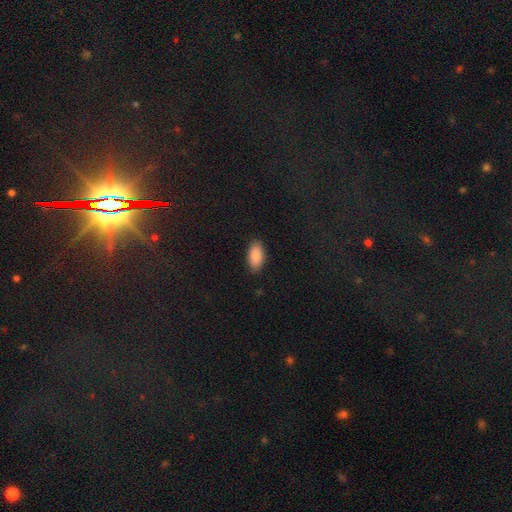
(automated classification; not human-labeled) smooth-or-featured: smooth: 90% | star or artifact: 6% | featured or disk: 4%
  how-rounded: in between: 92% | cigar-shaped: 6% | round: 2%
  merging: none: 88% | minor disturbance: 9% | major disturbance: 2% | merger: 1%